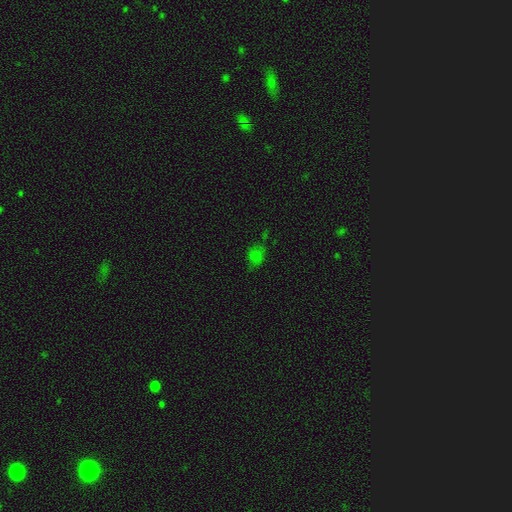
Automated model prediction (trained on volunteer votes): Smooth or featured? smooth (66%)
How rounded? in between (61%)
Merging? none (57%)